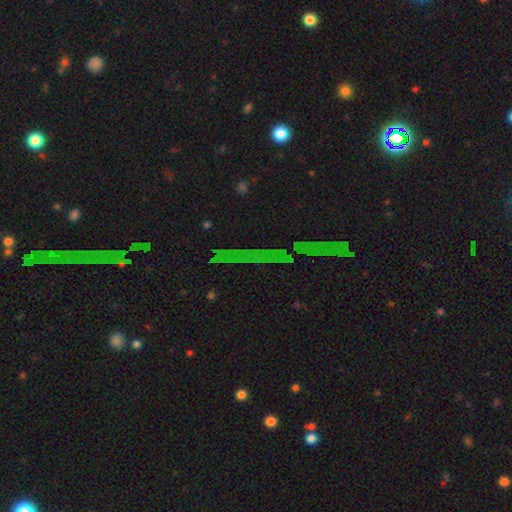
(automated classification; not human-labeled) smooth_or_featured: star or artifact (p=0.71) [alt: featured or disk p=0.16]